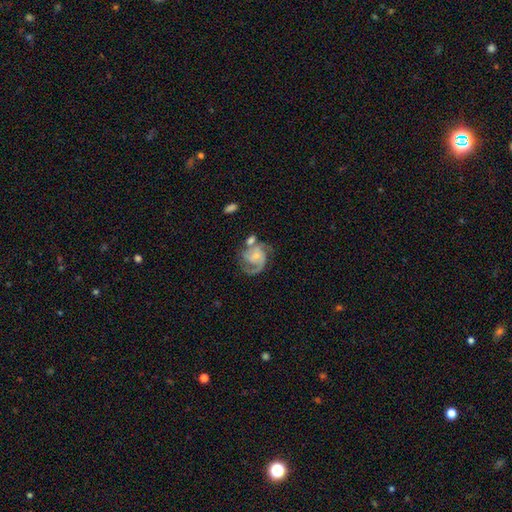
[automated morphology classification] Smooth or featured?
  - featured or disk: 81% *
  - smooth: 13%
  - star or artifact: 6%
Edge-on disk?
  - no: 98% *
  - yes: 2%
Bar?
  - no: 59% *
  - weak: 34%
  - strong: 7%
Spiral arms?
  - yes: 95% *
  - no: 5%
Spiral winding?
  - medium: 48% *
  - tight: 32%
  - loose: 20%
Spiral arm count?
  - 2: 49% *
  - 3: 22%
  - 1: 12%
  - can't tell: 11%
  - 4: 3%
  - more than 4: 3%
Bulge size?
  - small: 57% *
  - moderate: 22%
  - none: 17%
  - large: 3%
  - dominant: 1%
Merging?
  - none: 46% *
  - minor disturbance: 19%
  - major disturbance: 18%
  - merger: 16%